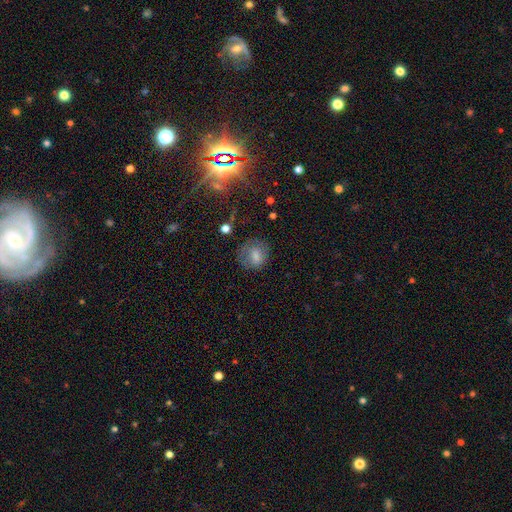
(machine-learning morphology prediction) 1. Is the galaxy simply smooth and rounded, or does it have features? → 72% smooth, 17% featured or disk, 11% star or artifact.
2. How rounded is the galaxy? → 71% round, 27% in between, 1% cigar-shaped.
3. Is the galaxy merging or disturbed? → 68% none, 20% minor disturbance, 10% major disturbance, 2% merger.